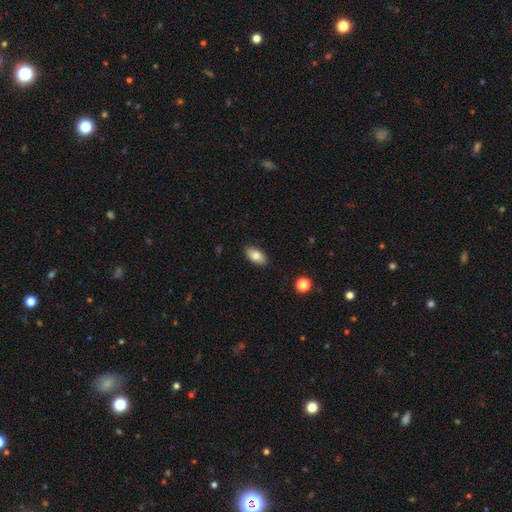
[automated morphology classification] Smooth or featured? Predicted: smooth (p=0.81). How rounded? Predicted: in between (p=0.92). Merging? Predicted: none (p=0.88).